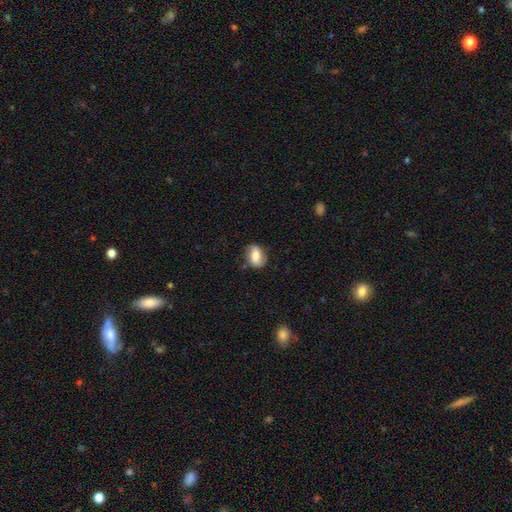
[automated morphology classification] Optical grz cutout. It shows a smooth galaxy with no disk features (63%) that is in between round and cigar-shaped (74%). Merging: none (73%).